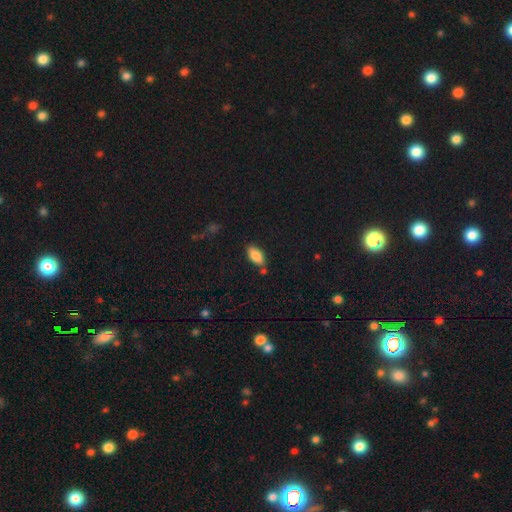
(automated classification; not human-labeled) A smooth galaxy with no disk features (83%) that is in between round and cigar-shaped (90%).

Vote fractions:
- Smooth or featured? smooth: 83% / featured or disk: 9% / star or artifact: 7%
- How rounded? in between: 90% / cigar-shaped: 8% / round: 2%
- Merging? none: 77% / minor disturbance: 14% / merger: 7% / major disturbance: 3%